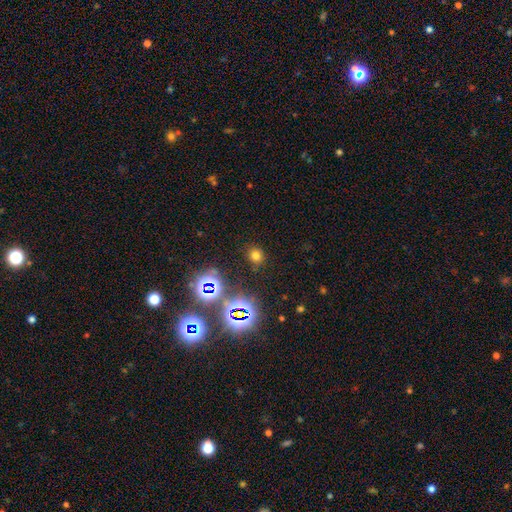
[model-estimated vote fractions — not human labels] A smooth galaxy with no disk features (65%) that is round (78%).

Vote fractions:
- Smooth or featured? smooth: 65% / star or artifact: 28% / featured or disk: 6%
- How rounded? round: 78% / in between: 21% / cigar-shaped: 1%
- Merging? none: 86% / minor disturbance: 8% / major disturbance: 4% / merger: 2%